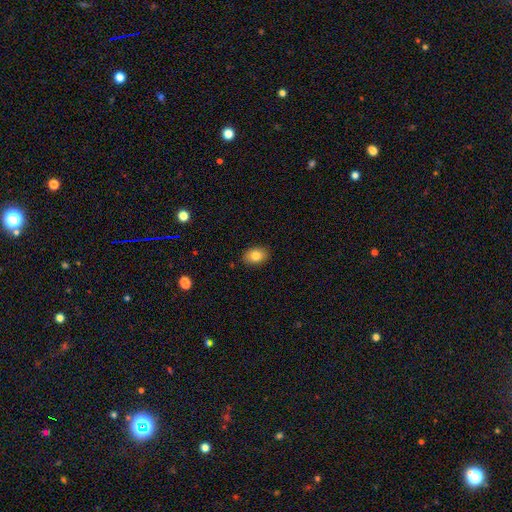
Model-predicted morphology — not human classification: type=smooth (82%); roundness=in between (78%); merging=none (88%).